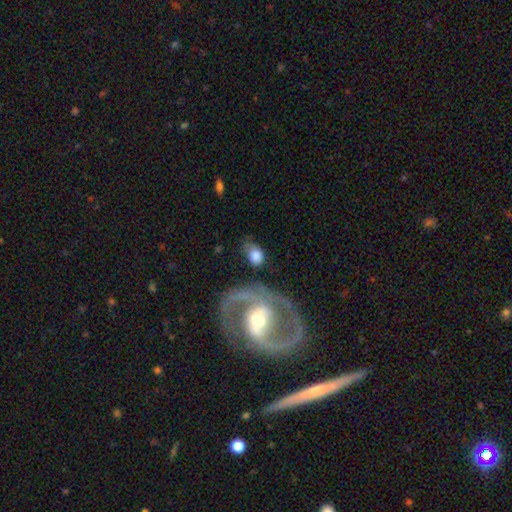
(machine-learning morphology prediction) A smooth galaxy with no disk features (70%) that is in between round and cigar-shaped (73%). Merging: none (47%).